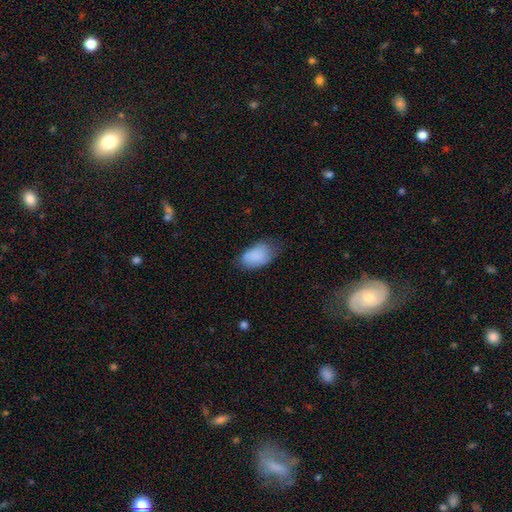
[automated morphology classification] Overall: smooth (85%). How rounded: in between (92%). Merging: none (54%; minor disturbance 34%).